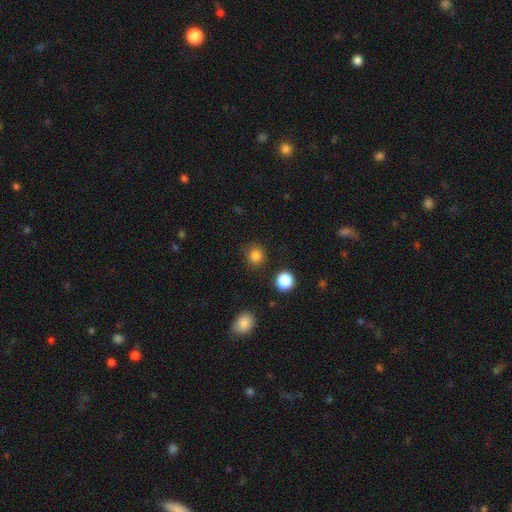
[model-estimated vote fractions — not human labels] Overall: smooth (83%). How rounded: round (90%). Merging: none (88%).